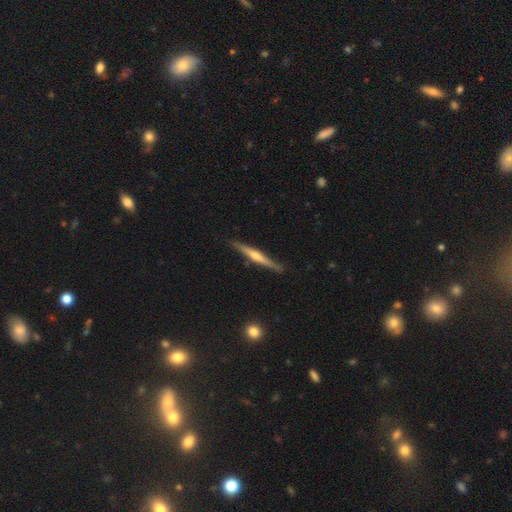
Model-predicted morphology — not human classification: The model was most divided on "smooth or featured": featured or disk: 69%, smooth: 26%, star or artifact: 5%. More confident: edge-on disk — yes (98%); merging — none (88%); edge-on bulge — rounded (77%).